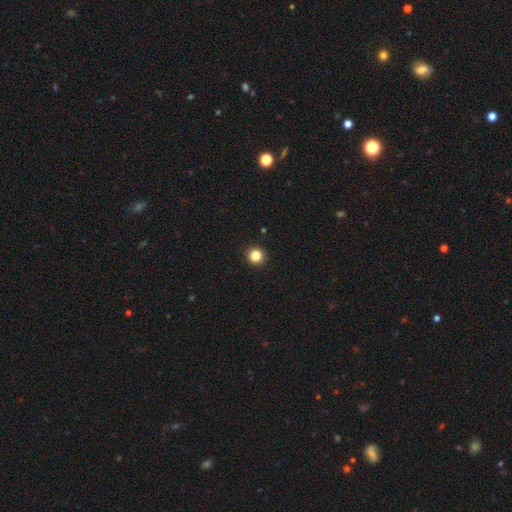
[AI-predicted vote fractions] The model was most divided on "smooth or featured": smooth: 85%, star or artifact: 11%, featured or disk: 4%. More confident: how rounded — round (95%); merging — none (93%).